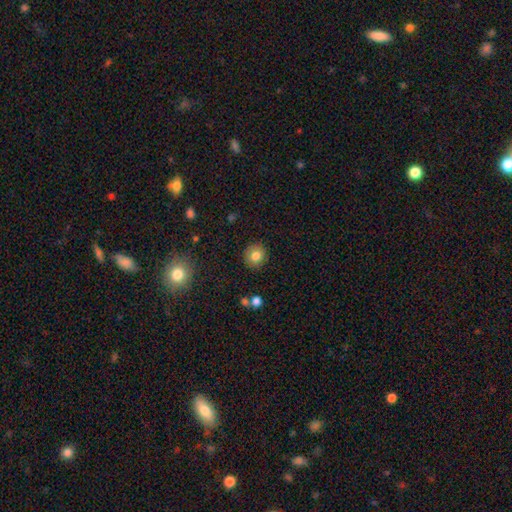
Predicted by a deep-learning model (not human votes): Smooth or featured: smooth — 81% (star or artifact — 10%)
How rounded: round — 87% (in between — 12%)
Merging: none — 89% (minor disturbance — 8%)